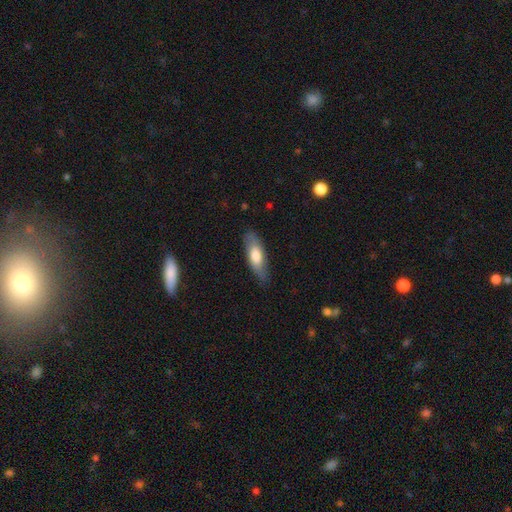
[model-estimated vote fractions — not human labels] The model was most divided on "how rounded": in between: 61%, cigar-shaped: 37%, round: 2%. More confident: merging — none (78%); smooth or featured — smooth (69%).